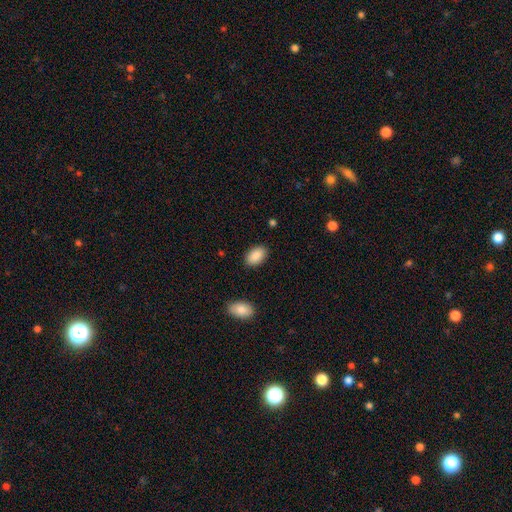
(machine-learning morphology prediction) Smooth or featured: smooth — 89% (star or artifact — 7%)
How rounded: in between — 93% (round — 5%)
Merging: none — 87% (minor disturbance — 9%)